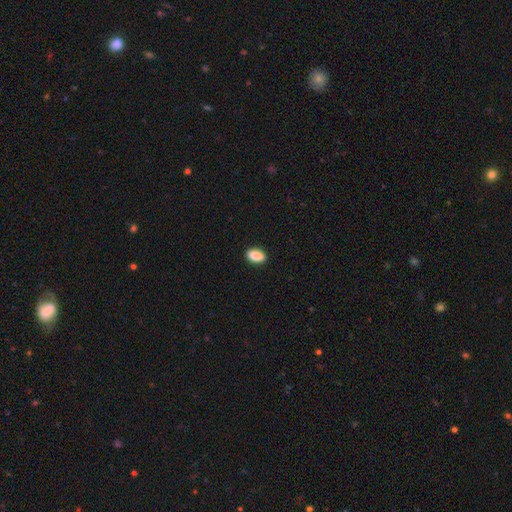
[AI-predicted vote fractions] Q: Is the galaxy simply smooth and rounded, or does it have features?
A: smooth — 90%.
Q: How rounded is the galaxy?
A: in between — 90%.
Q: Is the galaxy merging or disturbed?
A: none — 90%.